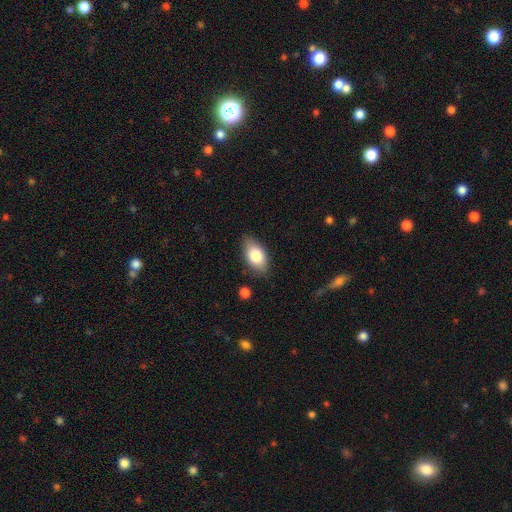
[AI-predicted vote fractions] Smooth or featured?
  - smooth: 79% *
  - featured or disk: 14%
  - star or artifact: 7%
How rounded?
  - in between: 91% *
  - round: 6%
  - cigar-shaped: 3%
Merging?
  - none: 82% *
  - minor disturbance: 14%
  - major disturbance: 3%
  - merger: 2%